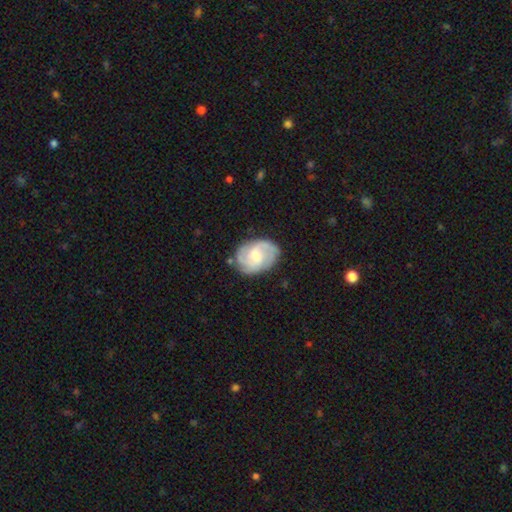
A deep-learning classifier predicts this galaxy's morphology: Smooth or featured?
  - featured or disk: 72% *
  - smooth: 23%
  - star or artifact: 6%
Edge-on disk?
  - no: 98% *
  - yes: 2%
Bar?
  - weak: 52% *
  - no: 39%
  - strong: 9%
Spiral arms?
  - yes: 93% *
  - no: 7%
Spiral winding?
  - medium: 45% *
  - tight: 35%
  - loose: 19%
Spiral arm count?
  - 2: 34% *
  - 3: 30%
  - can't tell: 22%
  - 4: 7%
  - 1: 4%
  - more than 4: 4%
Bulge size?
  - moderate: 50% *
  - small: 35%
  - large: 8%
  - none: 6%
  - dominant: 1%
Merging?
  - none: 73% *
  - minor disturbance: 19%
  - major disturbance: 7%
  - merger: 2%